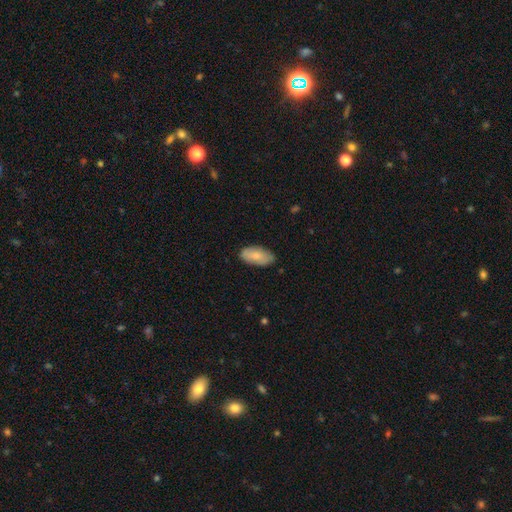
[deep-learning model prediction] Overall: smooth (79%). How rounded: in between (93%). Merging: none (80%).